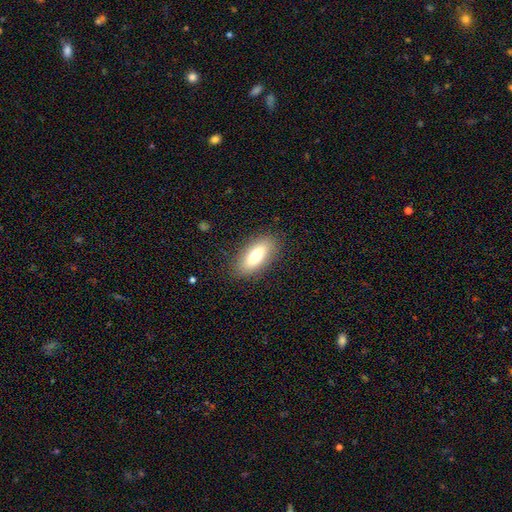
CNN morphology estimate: This is likely a smooth galaxy (73%). How rounded: clearly in between (80%). Merging: clearly none (86%).